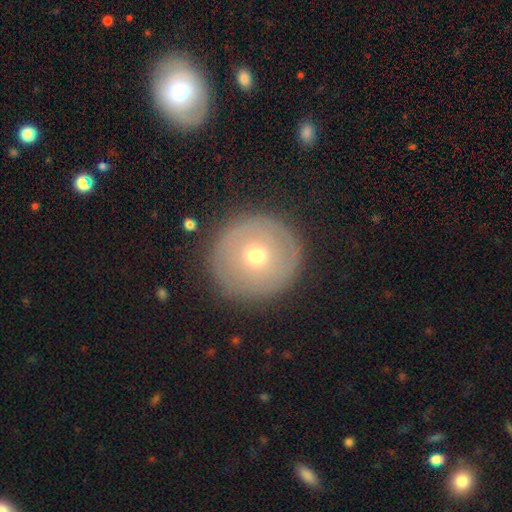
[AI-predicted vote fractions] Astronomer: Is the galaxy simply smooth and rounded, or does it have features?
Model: smooth — 52% (runner-up: featured or disk, 40%).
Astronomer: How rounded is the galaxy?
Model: round — 93%.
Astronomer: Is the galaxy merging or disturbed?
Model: none — 86%.